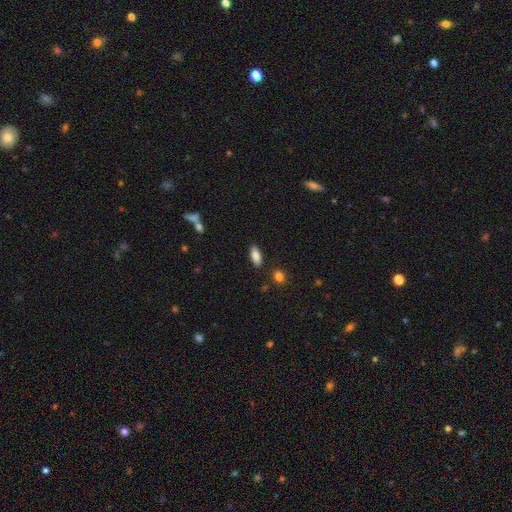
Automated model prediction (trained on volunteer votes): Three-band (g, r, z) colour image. It shows a smooth galaxy with no disk features (82%) that is in between round and cigar-shaped (83%). Merging: none (86%).